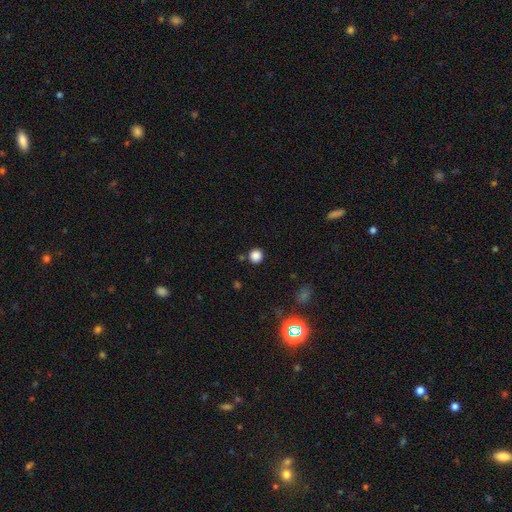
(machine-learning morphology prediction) smooth 83%, star or artifact 13%, featured or disk 3%. Down the decision tree: how rounded — round (93%); merging — none (87%).